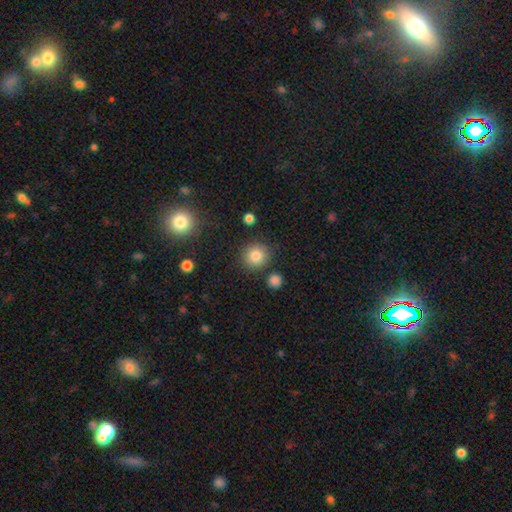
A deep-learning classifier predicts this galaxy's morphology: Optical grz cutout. It shows a smooth galaxy with no disk features (83%) that is round (92%). Merging: none (86%).